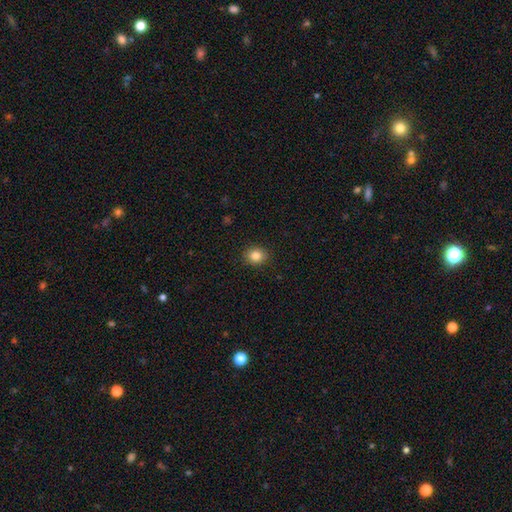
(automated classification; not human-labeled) Q: Smooth or featured?
A: smooth (84%); runner-up: star or artifact (10%)
Q: How rounded?
A: round (71%); runner-up: in between (28%)
Q: Merging?
A: none (91%); runner-up: minor disturbance (6%)